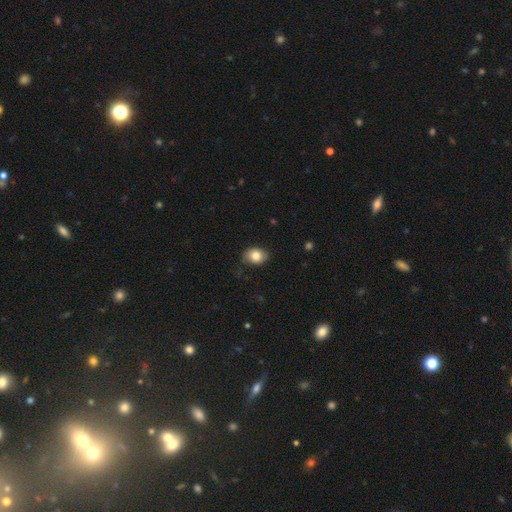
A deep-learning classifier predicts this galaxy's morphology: Smooth or featured? smooth (82%)
How rounded? in between (70%)
Merging? none (80%)